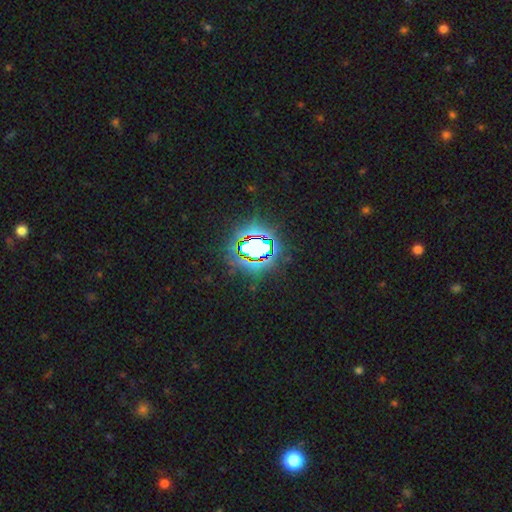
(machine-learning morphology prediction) The model was most divided on "smooth or featured": star or artifact: 81%, smooth: 11%, featured or disk: 8%.